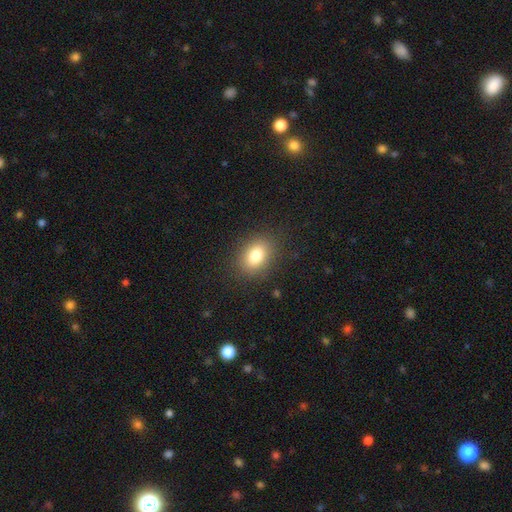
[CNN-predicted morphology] The model was most divided on "how rounded": in between: 72%, round: 27%, cigar-shaped: 1%. More confident: merging — none (86%); smooth or featured — smooth (81%).